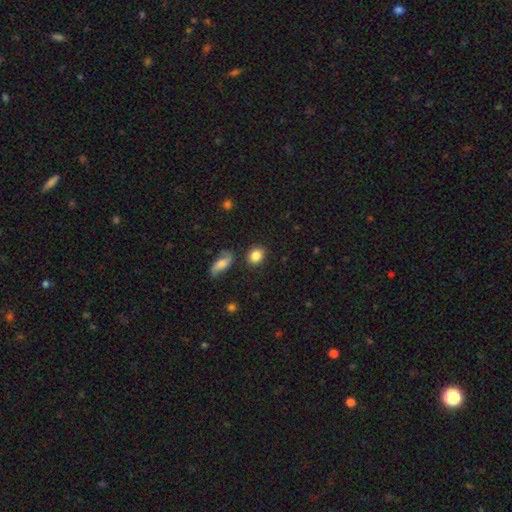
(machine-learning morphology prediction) smooth-or-featured: smooth: 85% | star or artifact: 8% | featured or disk: 7%
  how-rounded: round: 58% | in between: 40% | cigar-shaped: 2%
  merging: none: 81% | minor disturbance: 11% | merger: 5% | major disturbance: 3%